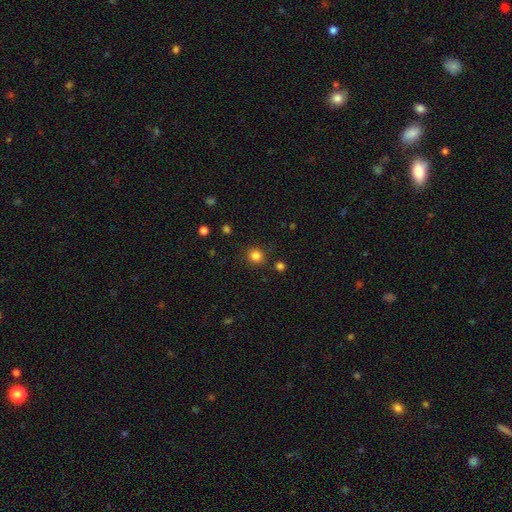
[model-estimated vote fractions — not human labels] This is clearly a smooth galaxy (83%). How rounded: clearly round (85%). Merging: clearly none (86%).